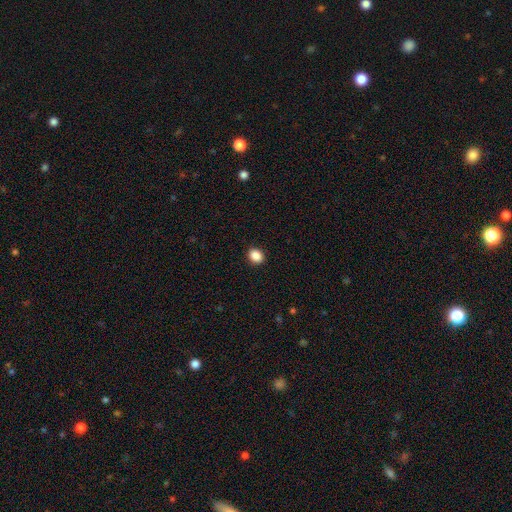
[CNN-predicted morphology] smooth 88%, star or artifact 9%, featured or disk 3%. Down the decision tree: how rounded — round (55%); merging — none (91%).